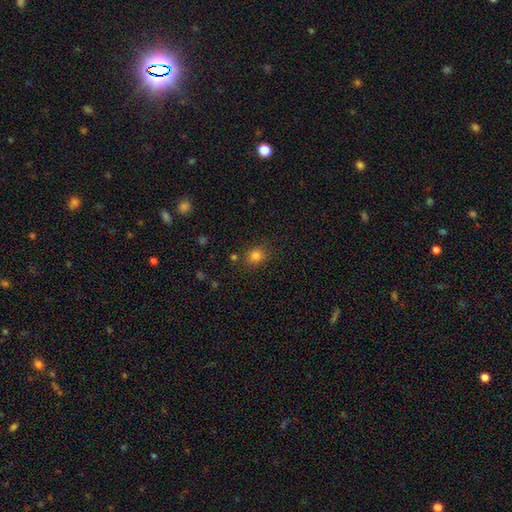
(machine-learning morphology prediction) The model was most divided on "how rounded": round: 78%, in between: 21%, cigar-shaped: 1%. More confident: merging — none (82%); smooth or featured — smooth (81%).